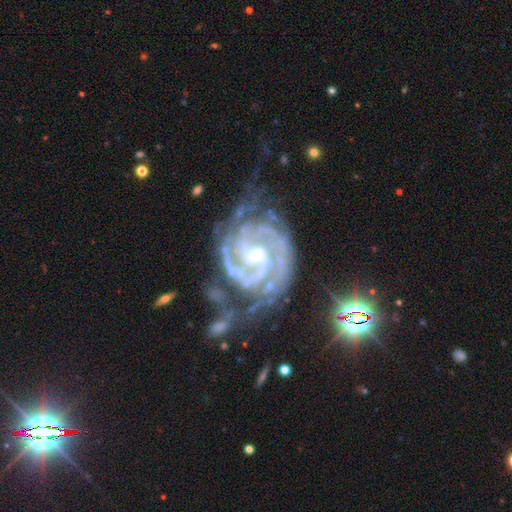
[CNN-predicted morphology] Smooth or featured? featured or disk (92%)
Edge-on disk? no (98%)
Bar? weak (43%)
Spiral arms? yes (98%)
Spiral winding? tight (67%)
Spiral arm count? 2 (53%)
Bulge size? moderate (47%)
Merging? none (49%)